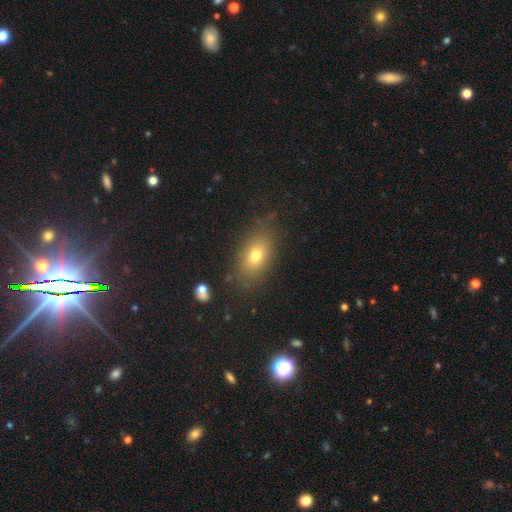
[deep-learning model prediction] This appears to be a smooth galaxy with no disk features (71%) that is in between round and cigar-shaped (83%). Merging: none (82%).